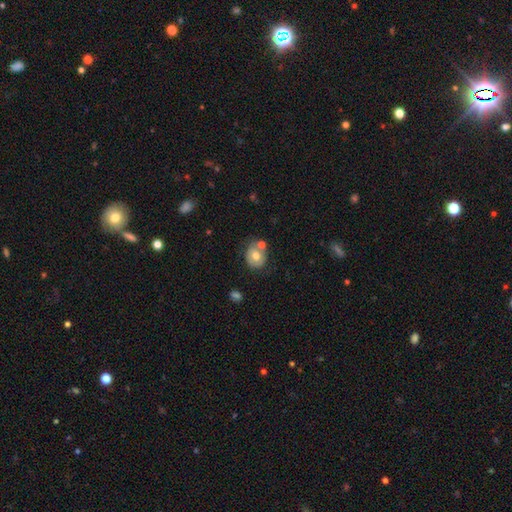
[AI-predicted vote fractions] Overall: smooth (61%; featured or disk 31%). How rounded: round (67%; in between 32%). Merging: none (57%; merger 23%).